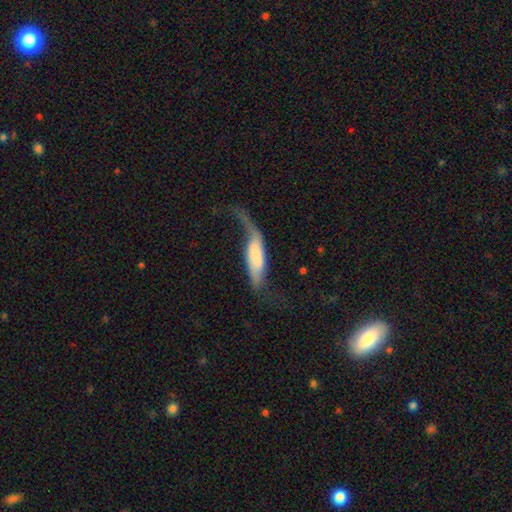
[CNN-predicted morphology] smooth-or-featured: featured or disk: 50% | smooth: 44% | star or artifact: 6%
  merging: major disturbance: 47% | none: 24% | minor disturbance: 23% | merger: 6%